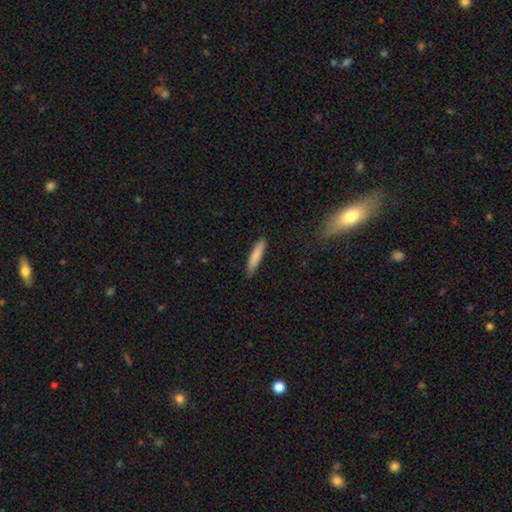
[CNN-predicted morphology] smooth 81%, featured or disk 13%, star or artifact 6%. Down the decision tree: how rounded — cigar-shaped (86%); merging — none (84%).